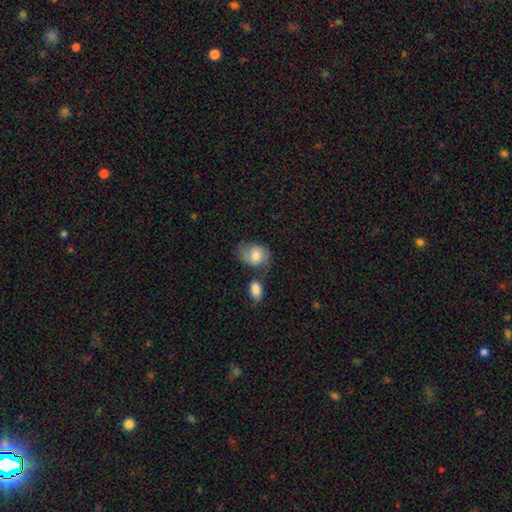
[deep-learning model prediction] Overall: smooth (63%; featured or disk 30%). How rounded: in between (60%; round 38%). Merging: none (44%; minor disturbance 24%).